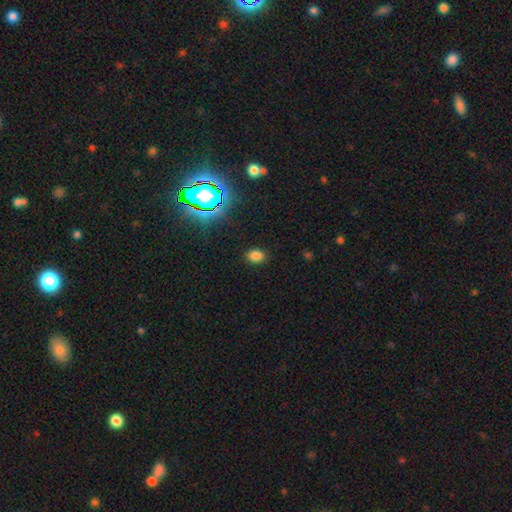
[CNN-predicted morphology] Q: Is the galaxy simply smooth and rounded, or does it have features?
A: smooth — 75%.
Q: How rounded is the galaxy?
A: in between — 69%.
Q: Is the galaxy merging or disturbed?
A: none — 87%.